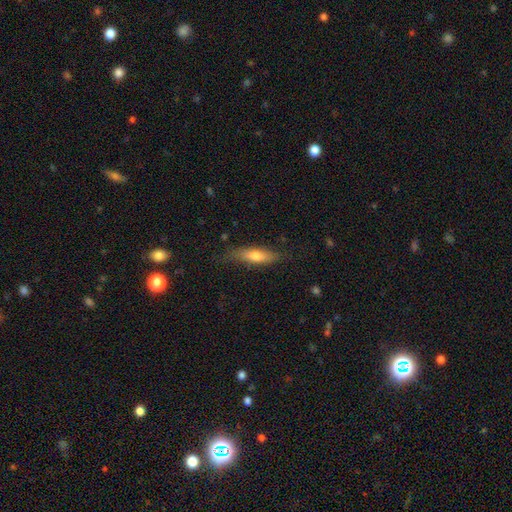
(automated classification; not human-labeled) Q: Smooth or featured?
A: smooth (63%); runner-up: featured or disk (31%)
Q: How rounded?
A: cigar-shaped (63%); runner-up: in between (35%)
Q: Merging?
A: none (76%); runner-up: minor disturbance (18%)